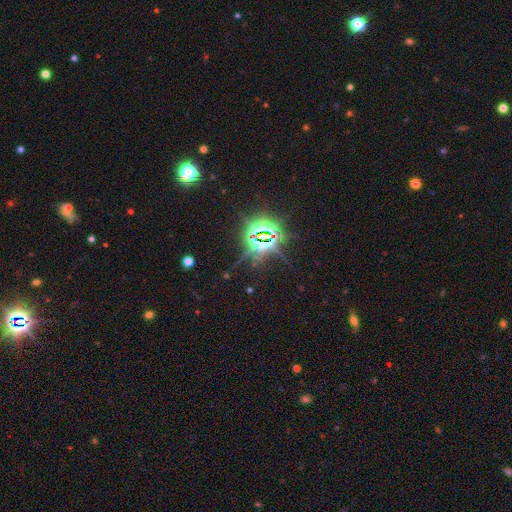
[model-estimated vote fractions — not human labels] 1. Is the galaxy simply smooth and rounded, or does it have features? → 85% star or artifact, 9% smooth, 6% featured or disk.